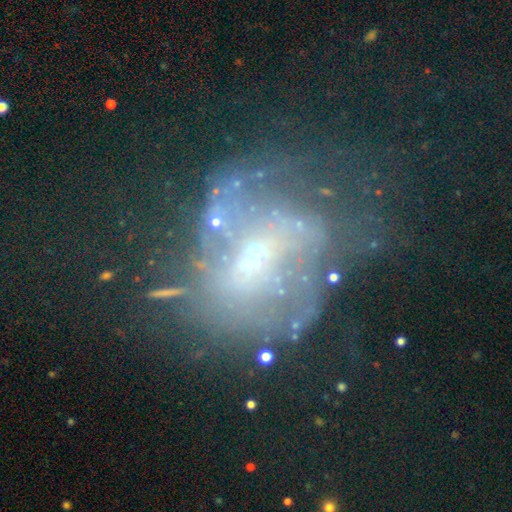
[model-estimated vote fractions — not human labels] A featured or disk galaxy (62%) with no bar (61%), spiral arms (53%) and a small central bulge (74%).

Vote fractions:
- Smooth or featured? featured or disk: 62% / smooth: 19% / star or artifact: 19%
- Edge-on disk? no: 95% / yes: 5%
- Bar? no: 61% / weak: 28% / strong: 11%
- Spiral arms? yes: 53% / no: 47%
- Bulge size? small: 74% / moderate: 18% / none: 5% / large: 2% / dominant: 1%
- Merging? none: 44% / major disturbance: 31% / minor disturbance: 20% / merger: 5%